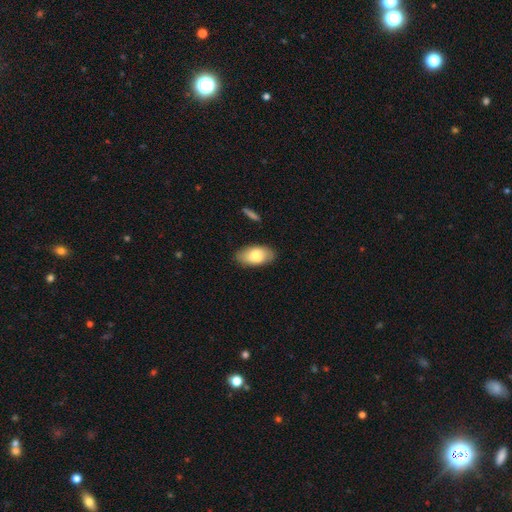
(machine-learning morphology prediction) The model was most divided on "smooth or featured": smooth: 73%, featured or disk: 20%, star or artifact: 6%. More confident: how rounded — in between (94%); merging — none (77%).